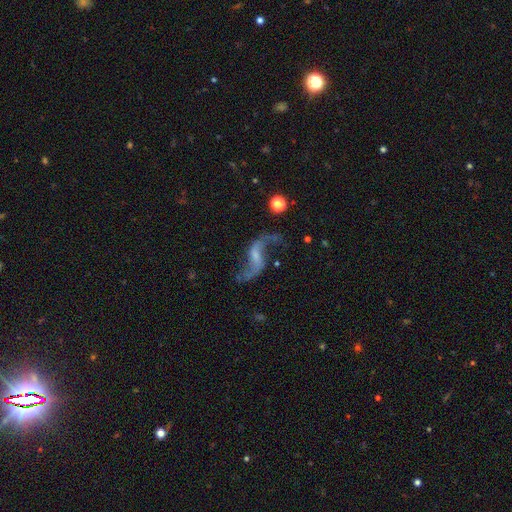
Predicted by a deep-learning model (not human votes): This is clearly a featured or disk galaxy (87%). It is clearly not viewed edge-on (95%). Bar: marginally weak (43%). Spiral arm pattern: clearly yes (95%). Spiral arm count: clearly 2 (93%). Spiral winding: clearly loose (92%). Central bulge: possibly small (53%). Merging: likely none (70%).